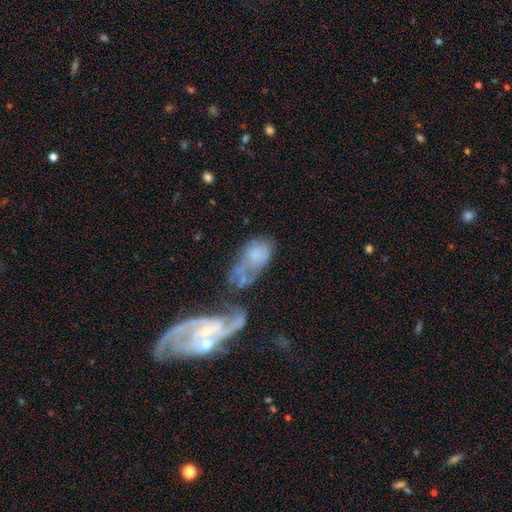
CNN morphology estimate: Q: Smooth or featured?
A: featured or disk (46%); runner-up: smooth (43%)
Q: Merging?
A: merger (43%); runner-up: major disturbance (27%)